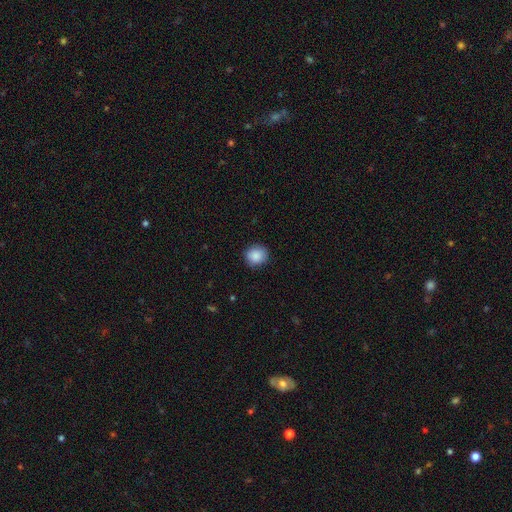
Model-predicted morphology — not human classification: smooth_or_featured: smooth (p=0.88) [alt: star or artifact p=0.08]
how_rounded: round (p=0.84) [alt: in between p=0.15]
merging: none (p=0.87) [alt: minor disturbance p=0.10]